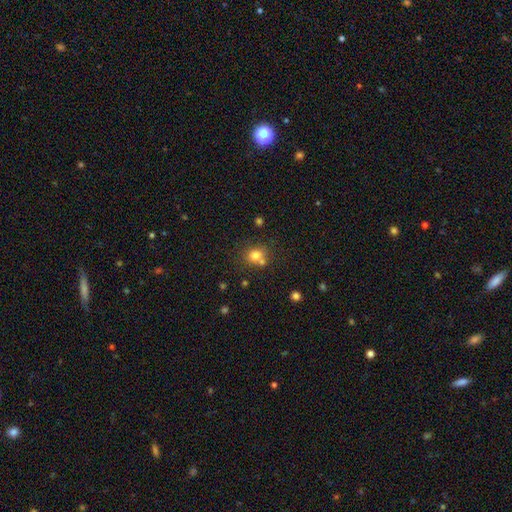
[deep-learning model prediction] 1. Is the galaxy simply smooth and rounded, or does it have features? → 76% smooth, 14% star or artifact, 10% featured or disk.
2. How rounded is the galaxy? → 74% round, 25% in between, 1% cigar-shaped.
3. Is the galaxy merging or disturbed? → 57% none, 28% merger, 11% minor disturbance, 4% major disturbance.